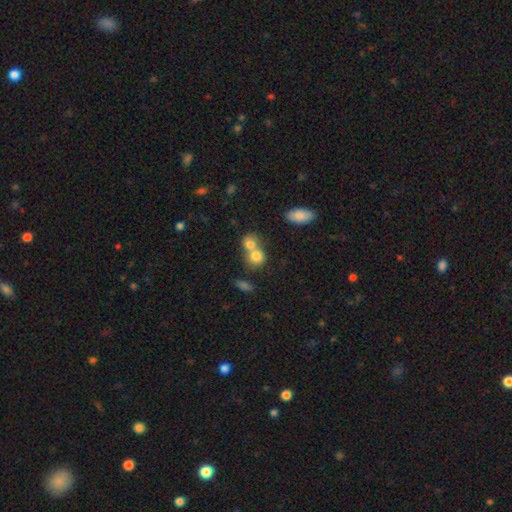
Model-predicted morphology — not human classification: Smooth or featured: smooth — 77% (featured or disk — 13%)
How rounded: round — 67% (in between — 31%)
Merging: merger — 65% (none — 26%)